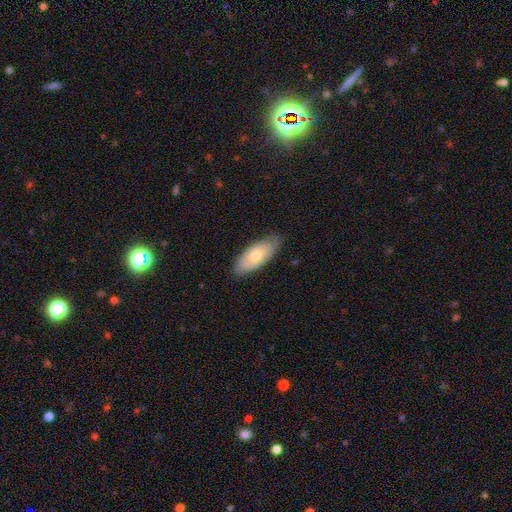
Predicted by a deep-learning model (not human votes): Q: Smooth or featured?
A: smooth (63%); runner-up: featured or disk (31%)
Q: How rounded?
A: in between (83%); runner-up: cigar-shaped (14%)
Q: Merging?
A: none (81%); runner-up: minor disturbance (15%)